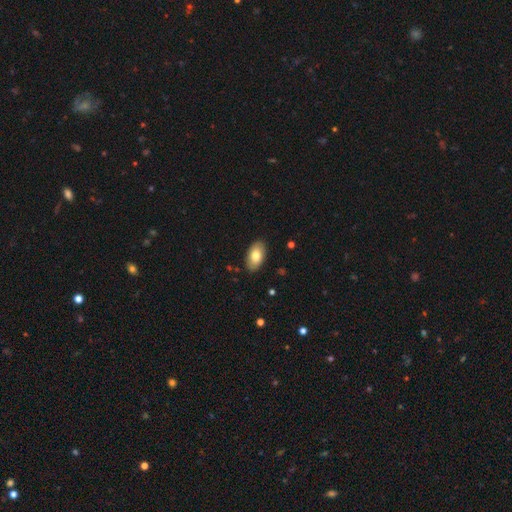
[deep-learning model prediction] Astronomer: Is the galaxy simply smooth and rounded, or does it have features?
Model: smooth — 78%.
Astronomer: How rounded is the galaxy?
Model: in between — 94%.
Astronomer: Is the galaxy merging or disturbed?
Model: none — 87%.